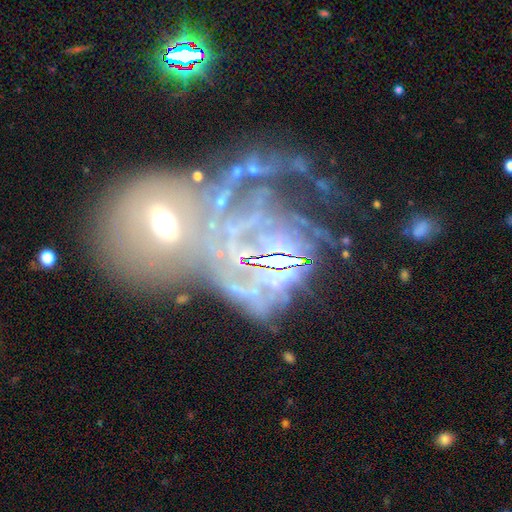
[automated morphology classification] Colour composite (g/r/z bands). It shows a featured or disk galaxy (54%) with no bar (74%), no spiral arms (57%) and a moderate central bulge (39%). Merging: merger (42%).